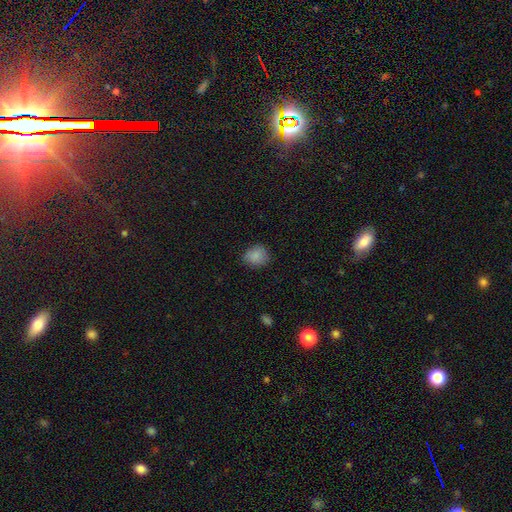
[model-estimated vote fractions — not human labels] This is clearly a smooth galaxy (86%). How rounded: likely round (70%). Merging: likely none (80%).